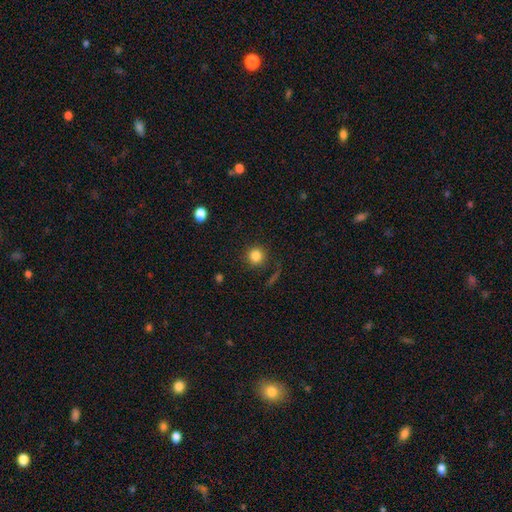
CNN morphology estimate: smooth_or_featured: smooth (p=0.83) [alt: star or artifact p=0.11]
how_rounded: round (p=0.94) [alt: in between p=0.05]
merging: none (p=0.86) [alt: minor disturbance p=0.08]